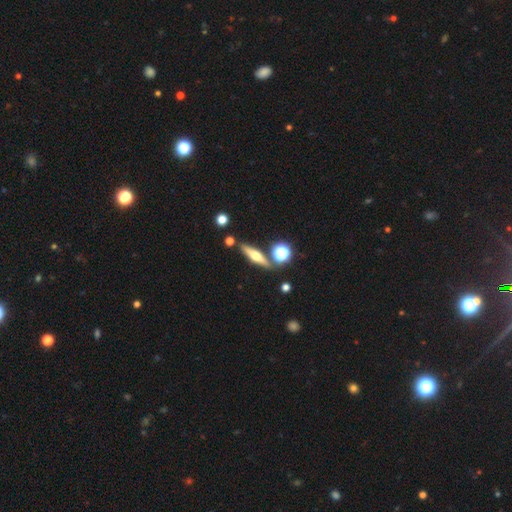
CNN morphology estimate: featured or disk 54%, smooth 37%, star or artifact 9%. Down the decision tree: edge-on disk — yes (93%); edge-on bulge — rounded (91%); merging — none (80%).